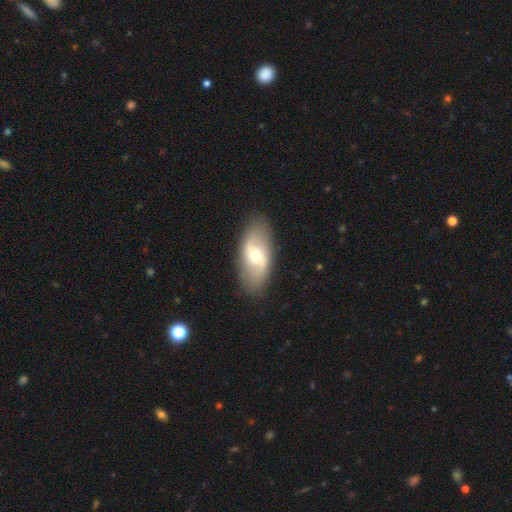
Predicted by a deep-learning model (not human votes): Morphology: type=featured or disk (55%); edge-on=no (88%); merging=none (86%).